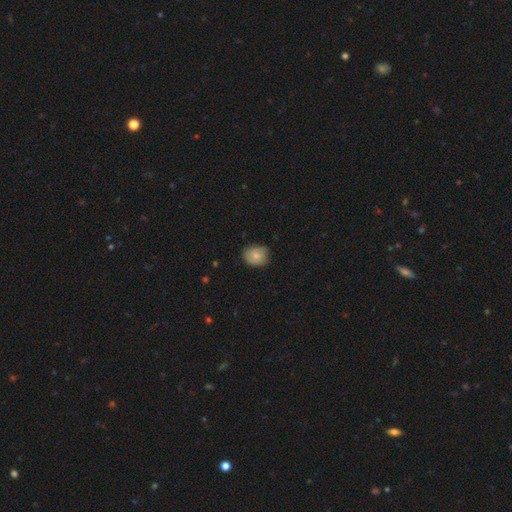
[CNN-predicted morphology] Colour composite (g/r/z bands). It shows a smooth galaxy with no disk features (74%) that is round (62%). Merging: none (71%).